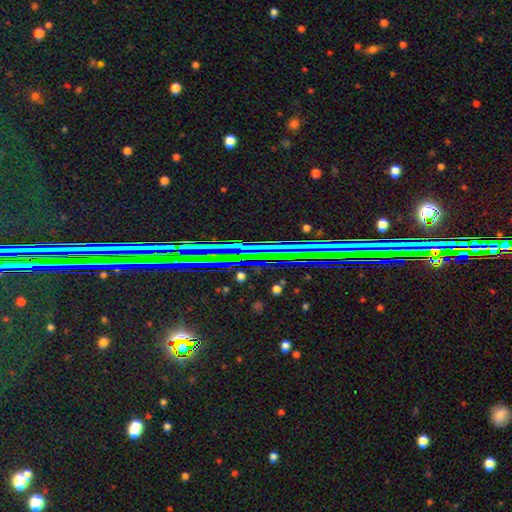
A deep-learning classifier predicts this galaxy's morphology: Overall: star or artifact (73%).